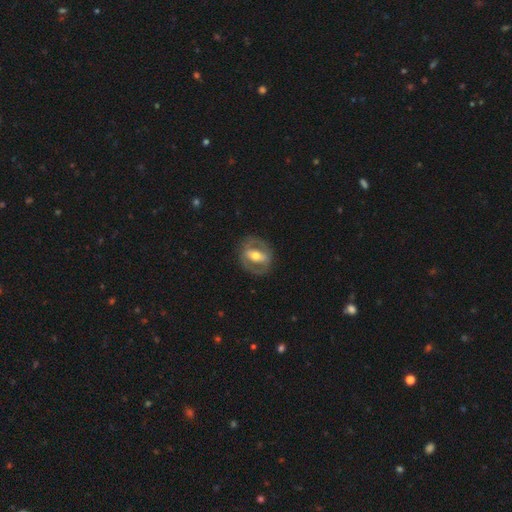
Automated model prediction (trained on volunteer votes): Smooth or featured? Predicted: featured or disk (p=0.69). Edge-on disk? Predicted: no (p=0.91). Bar? Predicted: strong (p=0.54). Spiral arms? Predicted: no (p=0.64). Bulge size? Predicted: moderate (p=0.68). Merging? Predicted: none (p=0.80).